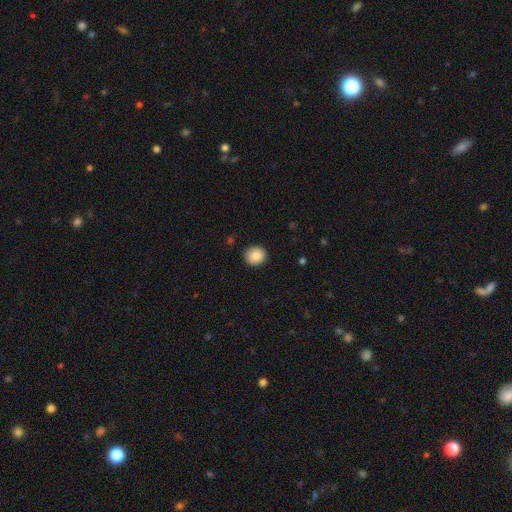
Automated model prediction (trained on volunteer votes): A smooth galaxy with no disk features (88%) that is round (85%).

Vote fractions:
- Smooth or featured? smooth: 88% / star or artifact: 8% / featured or disk: 4%
- How rounded? round: 85% / in between: 15% / cigar-shaped: 1%
- Merging? none: 89% / minor disturbance: 8% / major disturbance: 2% / merger: 1%